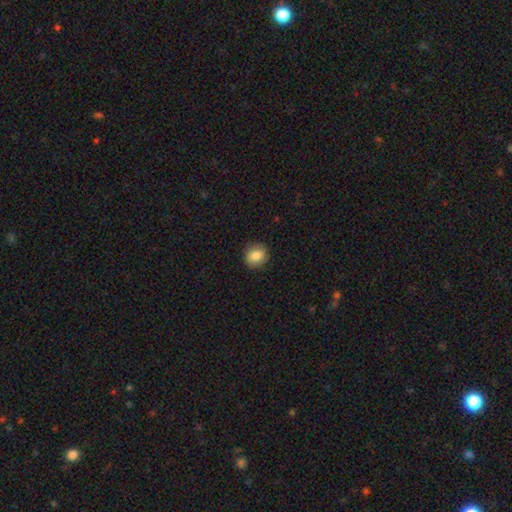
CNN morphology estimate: Overall: smooth (82%). How rounded: round (76%). Merging: none (88%).